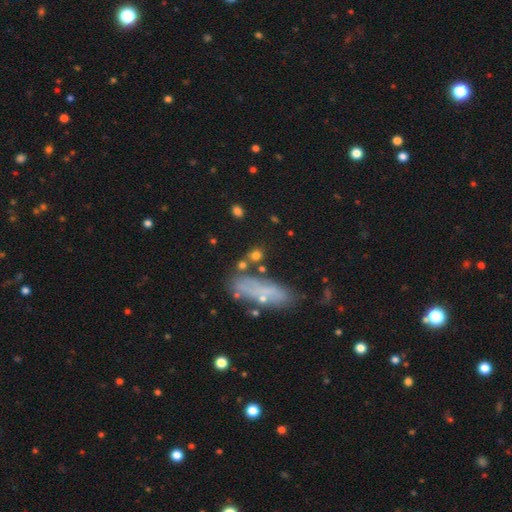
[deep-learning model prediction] This appears to be a smooth galaxy with no disk features (71%) that is round (50%). Merging: none (66%).